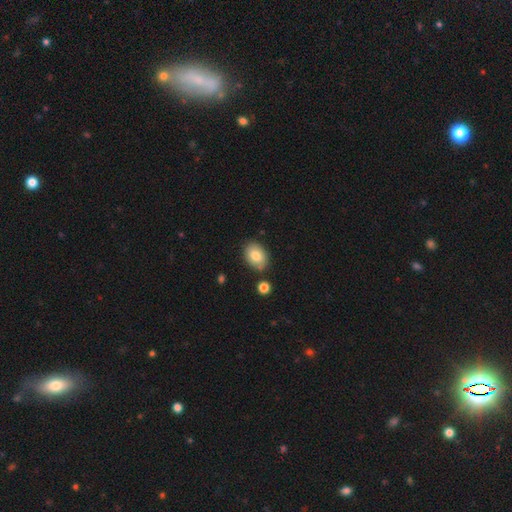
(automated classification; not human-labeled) This is clearly a smooth galaxy (82%). How rounded: clearly in between (81%). Merging: clearly none (80%).